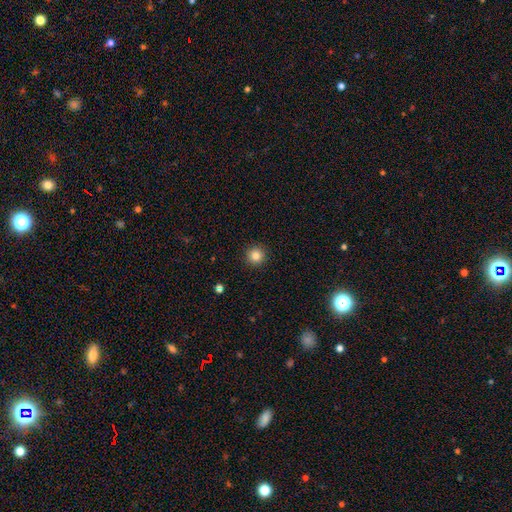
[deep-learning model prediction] Q: Smooth or featured?
A: smooth (83%); runner-up: star or artifact (11%)
Q: How rounded?
A: round (96%); runner-up: in between (3%)
Q: Merging?
A: none (93%); runner-up: minor disturbance (5%)